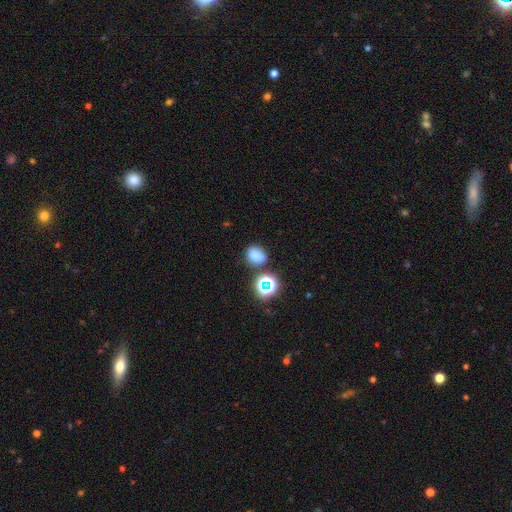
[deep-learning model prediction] smooth-or-featured: smooth: 74% | star or artifact: 19% | featured or disk: 7%
  how-rounded: round: 55% | in between: 44% | cigar-shaped: 1%
  merging: none: 73% | minor disturbance: 14% | merger: 8% | major disturbance: 4%